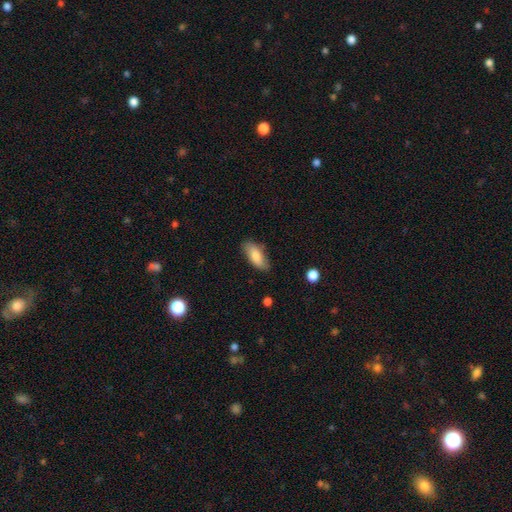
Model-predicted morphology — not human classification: smooth_or_featured: smooth (p=0.79) [alt: featured or disk p=0.15]
how_rounded: in between (p=0.81) [alt: cigar-shaped p=0.17]
merging: none (p=0.80) [alt: minor disturbance p=0.16]